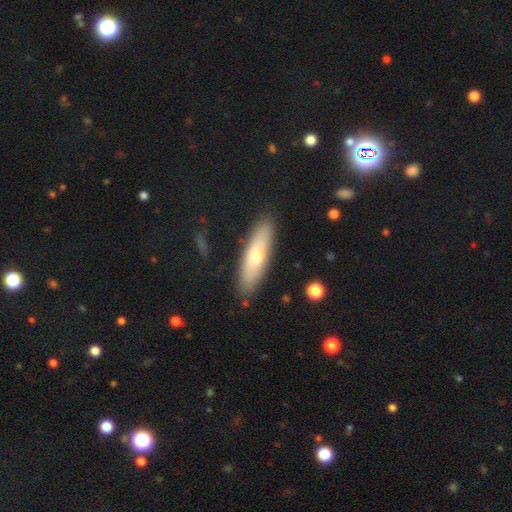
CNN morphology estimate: Overall: smooth (65%; featured or disk 29%). How rounded: cigar-shaped (61%; in between 38%). Merging: none (87%).